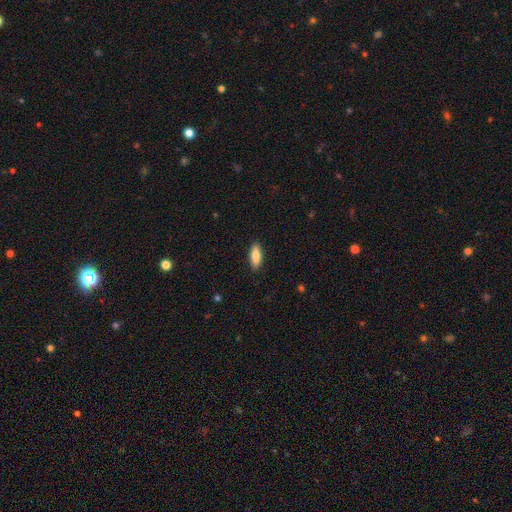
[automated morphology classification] Smooth or featured? smooth (81%)
How rounded? in between (66%)
Merging? none (88%)